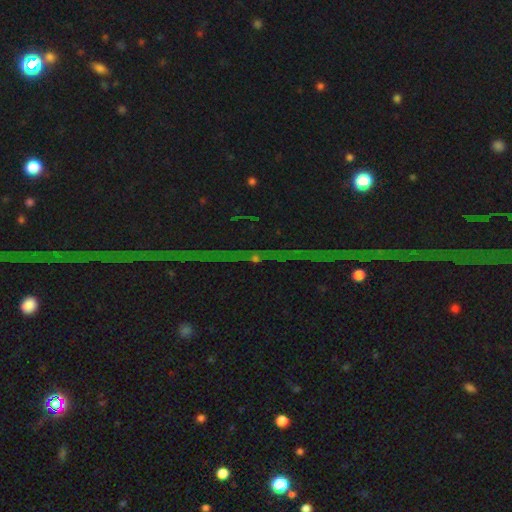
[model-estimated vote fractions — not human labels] star or artifact 85%, featured or disk 9%, smooth 6%.